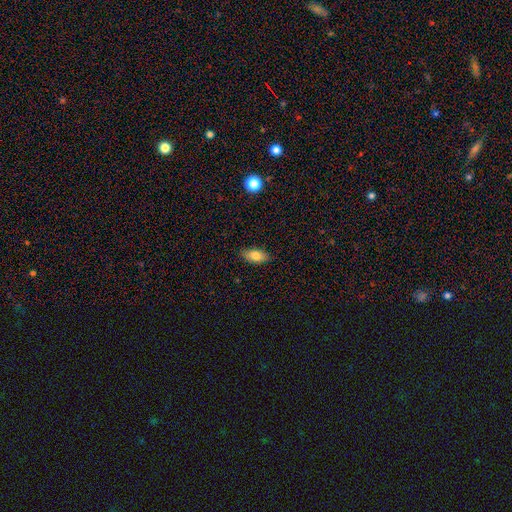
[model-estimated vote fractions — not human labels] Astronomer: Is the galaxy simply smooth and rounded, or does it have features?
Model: smooth — 79%.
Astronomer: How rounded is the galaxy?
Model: in between — 87%.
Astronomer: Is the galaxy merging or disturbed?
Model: none — 86%.